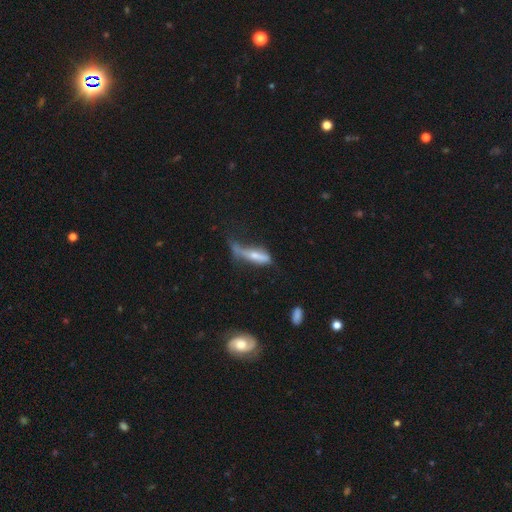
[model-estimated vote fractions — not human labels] This appears to be a smooth galaxy with no disk features (52%) that is cigar-shaped (66%). Merging: major disturbance (41%).